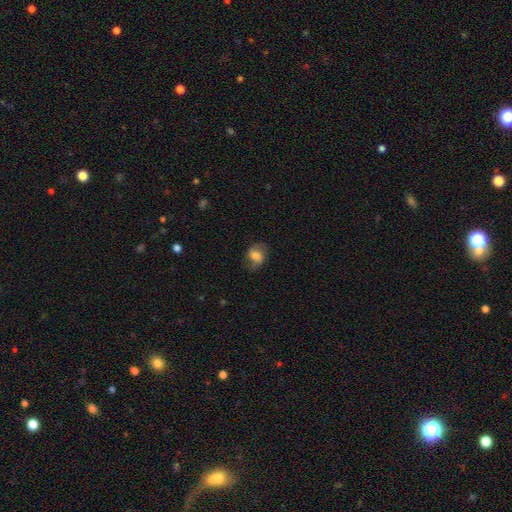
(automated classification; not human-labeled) Smooth or featured? Predicted: smooth (p=0.60). How rounded? Predicted: in between (p=0.60). Merging? Predicted: none (p=0.66).